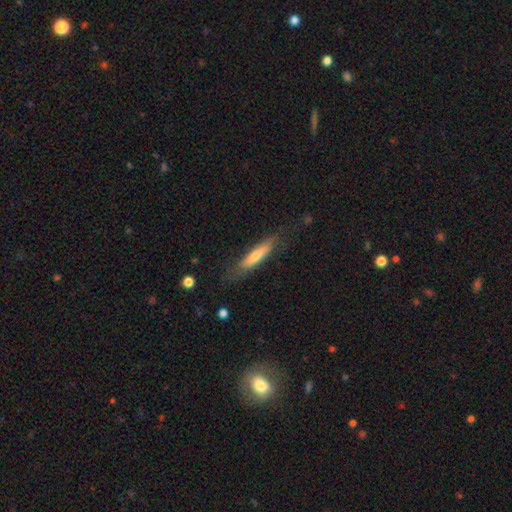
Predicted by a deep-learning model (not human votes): smooth_or_featured: smooth (p=0.47) [alt: featured or disk p=0.43]
merging: none (p=0.78) [alt: minor disturbance p=0.16]